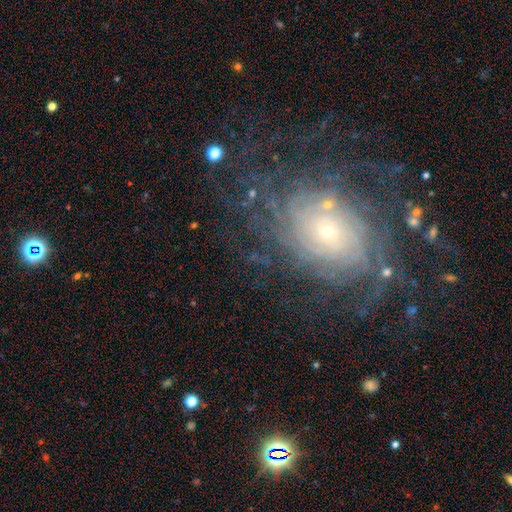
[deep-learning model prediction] Q: Smooth or featured?
A: featured or disk (79%); runner-up: star or artifact (11%)
Q: Edge-on disk?
A: no (96%); runner-up: yes (4%)
Q: Bar?
A: no (78%); runner-up: weak (17%)
Q: Spiral arms?
A: yes (93%); runner-up: no (7%)
Q: Spiral winding?
A: tight (70%); runner-up: medium (21%)
Q: Spiral arm count?
A: can't tell (40%); runner-up: more than 4 (22%)
Q: Bulge size?
A: small (69%); runner-up: moderate (22%)
Q: Merging?
A: none (73%); runner-up: minor disturbance (14%)